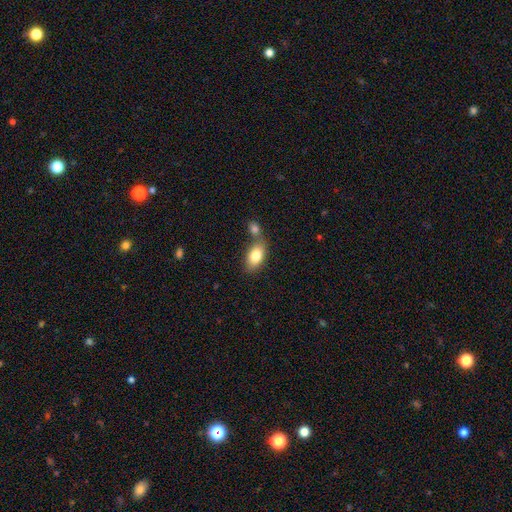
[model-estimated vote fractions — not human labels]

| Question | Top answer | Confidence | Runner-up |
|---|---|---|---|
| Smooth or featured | smooth | 81% | featured or disk (12%) |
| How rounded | in between | 90% | round (7%) |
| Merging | none | 47% | merger (36%) |